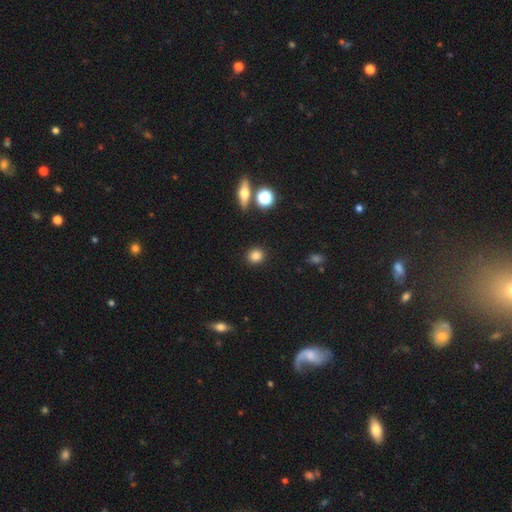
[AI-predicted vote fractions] smooth-or-featured: smooth: 83% | star or artifact: 11% | featured or disk: 6%
  how-rounded: round: 79% | in between: 20% | cigar-shaped: 2%
  merging: none: 89% | minor disturbance: 6% | major disturbance: 2% | merger: 2%